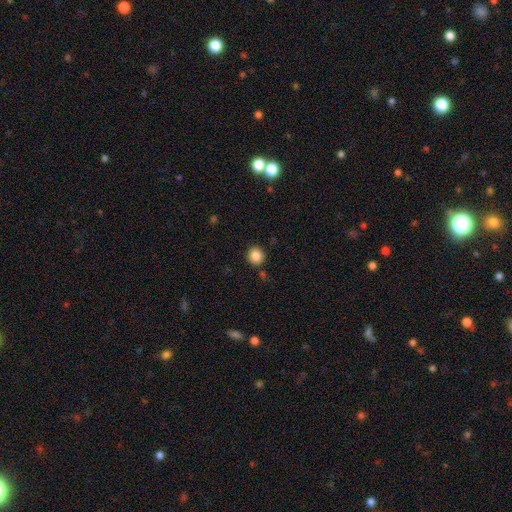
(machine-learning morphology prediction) This appears to be a smooth galaxy with no disk features (86%) that is round (89%). Merging: none (87%).